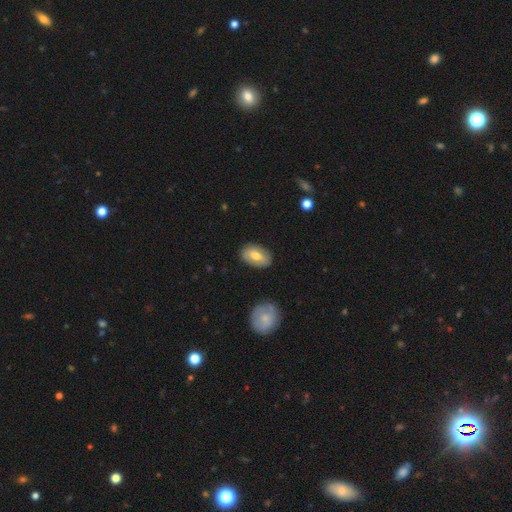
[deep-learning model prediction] Smooth or featured? Predicted: smooth (p=0.65). How rounded? Predicted: in between (p=0.91). Merging? Predicted: none (p=0.83).